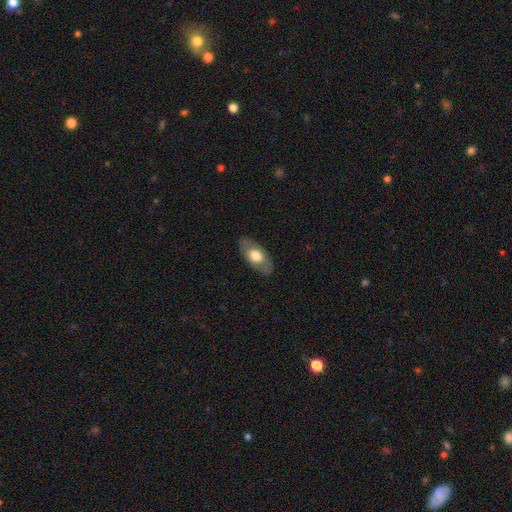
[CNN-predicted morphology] smooth 59%, featured or disk 36%, star or artifact 6%. Down the decision tree: how rounded — in between (90%); merging — none (83%).